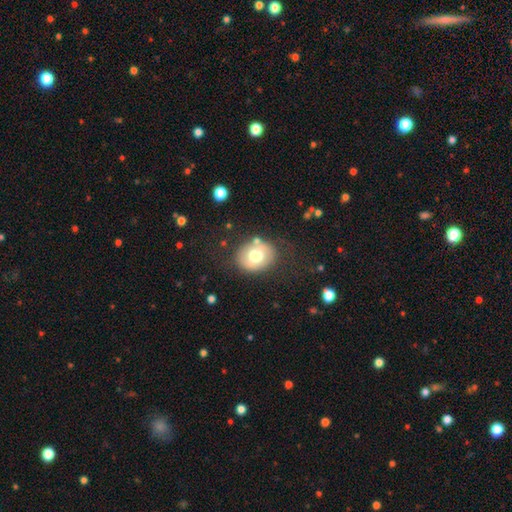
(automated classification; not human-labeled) Q: Smooth or featured?
A: smooth (66%); runner-up: featured or disk (26%)
Q: How rounded?
A: round (58%); runner-up: in between (41%)
Q: Merging?
A: none (75%); runner-up: minor disturbance (15%)